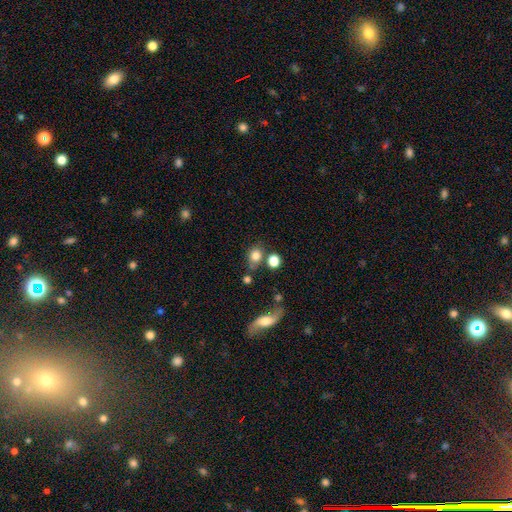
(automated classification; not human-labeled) Overall: smooth (79%). How rounded: round (62%; in between 36%). Merging: none (63%).